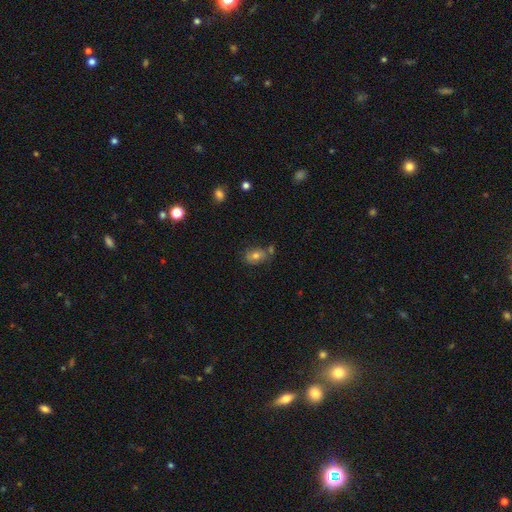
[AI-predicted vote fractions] A smooth galaxy with no disk features (69%) that is in between round and cigar-shaped (70%).

Vote fractions:
- Smooth or featured? smooth: 69% / featured or disk: 20% / star or artifact: 11%
- How rounded? in between: 70% / round: 29% / cigar-shaped: 1%
- Merging? none: 63% / minor disturbance: 18% / merger: 14% / major disturbance: 5%